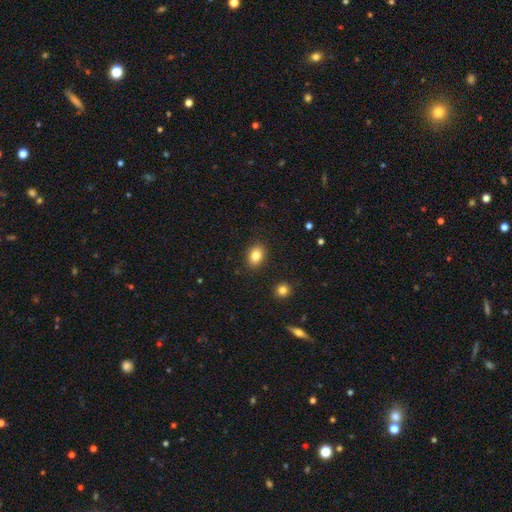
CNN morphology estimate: The model was most divided on "how rounded": in between: 70%, round: 29%, cigar-shaped: 1%. More confident: merging — none (88%); smooth or featured — smooth (83%).